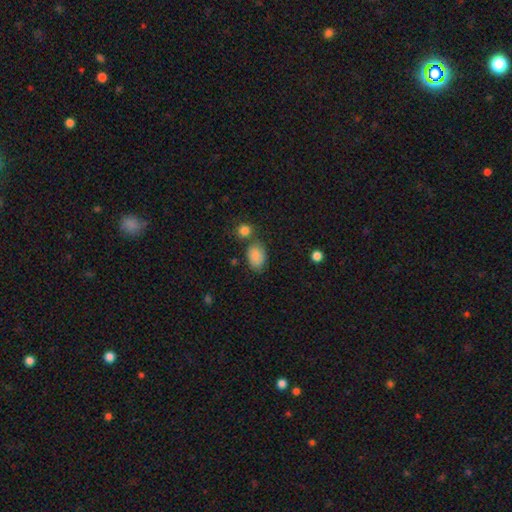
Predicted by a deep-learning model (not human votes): smooth 80%, featured or disk 11%, star or artifact 9%. Down the decision tree: how rounded — in between (82%); merging — none (62%).